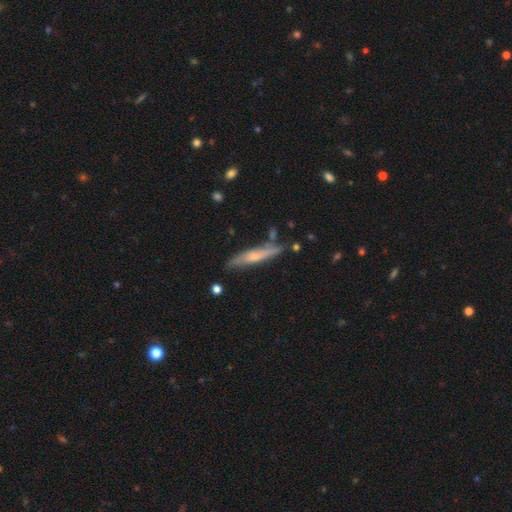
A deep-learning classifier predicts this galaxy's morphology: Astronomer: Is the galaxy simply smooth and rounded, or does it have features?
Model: featured or disk — 47%, tied with smooth at 47%.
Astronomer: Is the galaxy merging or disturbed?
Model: none — 77%.